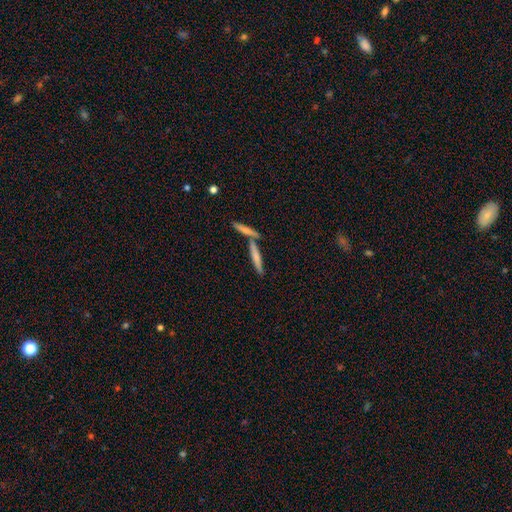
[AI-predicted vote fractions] Smooth or featured?
  - smooth: 57% *
  - featured or disk: 36%
  - star or artifact: 8%
How rounded?
  - cigar-shaped: 88% *
  - in between: 10%
  - round: 2%
Merging?
  - none: 59% *
  - merger: 30%
  - minor disturbance: 8%
  - major disturbance: 3%